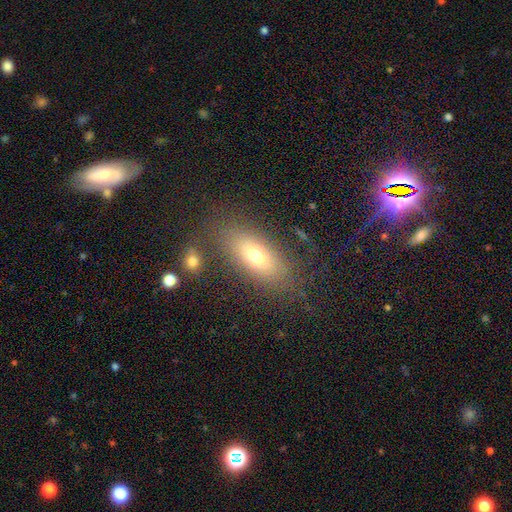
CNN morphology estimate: Q: Smooth or featured?
A: smooth (68%); runner-up: featured or disk (21%)
Q: How rounded?
A: in between (79%); runner-up: cigar-shaped (15%)
Q: Merging?
A: none (76%); runner-up: minor disturbance (13%)